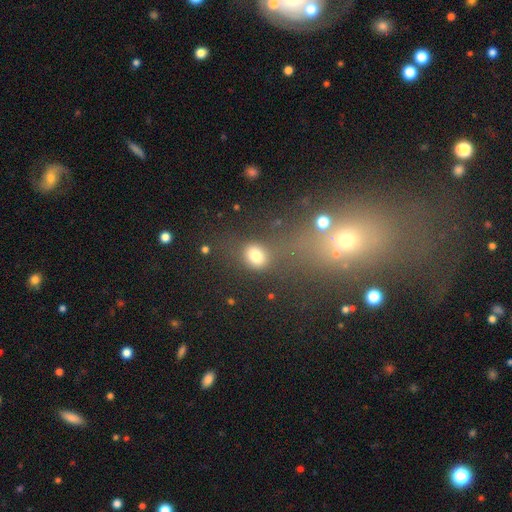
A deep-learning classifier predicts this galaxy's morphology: The model was most divided on "how rounded": in between: 59%, round: 39%, cigar-shaped: 2%. More confident: smooth or featured — smooth (77%); merging — none (62%).